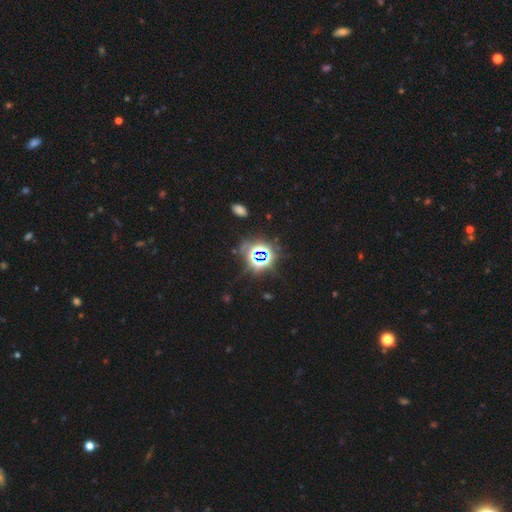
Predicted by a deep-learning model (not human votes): Smooth or featured: star or artifact — 79% (smooth — 13%)